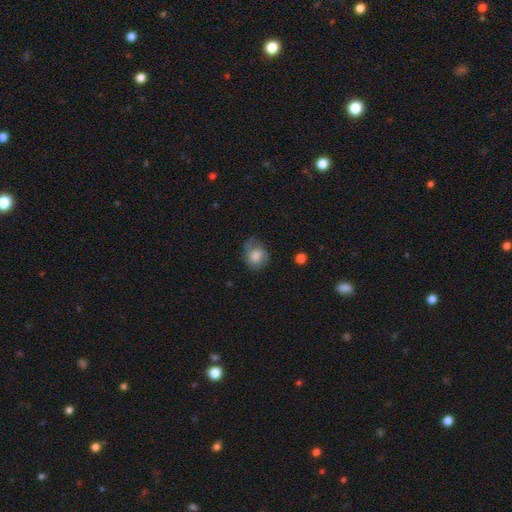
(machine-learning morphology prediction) This appears to be a smooth galaxy with no disk features (68%) that is round (65%). Merging: none (52%).